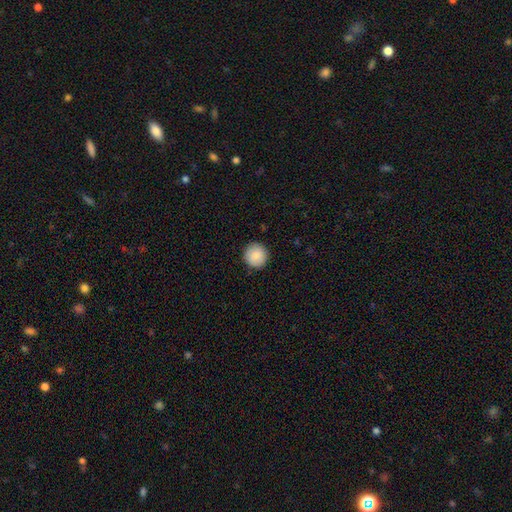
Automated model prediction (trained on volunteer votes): The model was most divided on "smooth or featured": smooth: 88%, star or artifact: 7%, featured or disk: 5%. More confident: how rounded — round (95%); merging — none (92%).